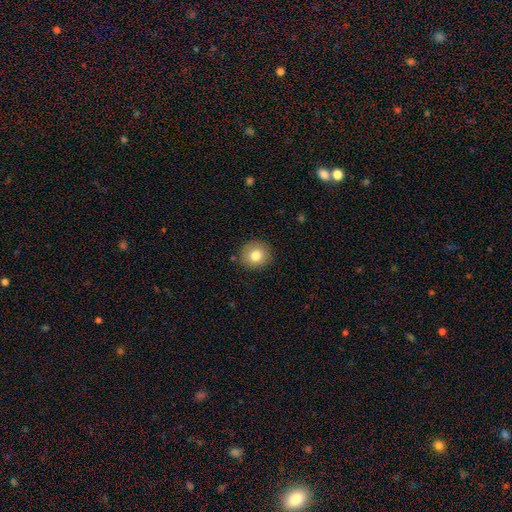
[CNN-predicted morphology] This is likely a smooth galaxy (79%). How rounded: clearly round (89%). Merging: clearly none (88%).